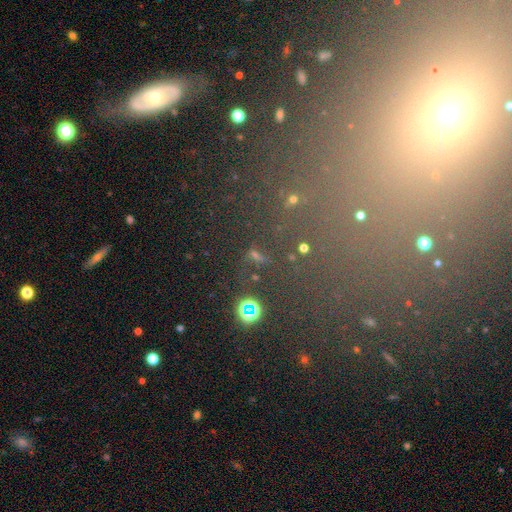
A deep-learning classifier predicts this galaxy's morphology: Smooth or featured: star or artifact — 52% (smooth — 36%)